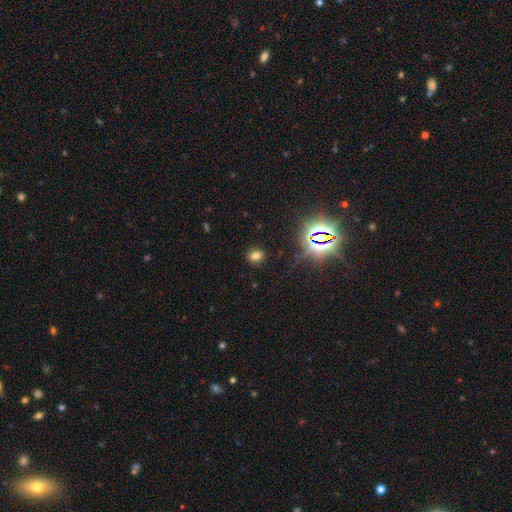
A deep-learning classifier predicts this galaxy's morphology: Smooth or featured? smooth (67%)
How rounded? in between (52%)
Merging? none (87%)